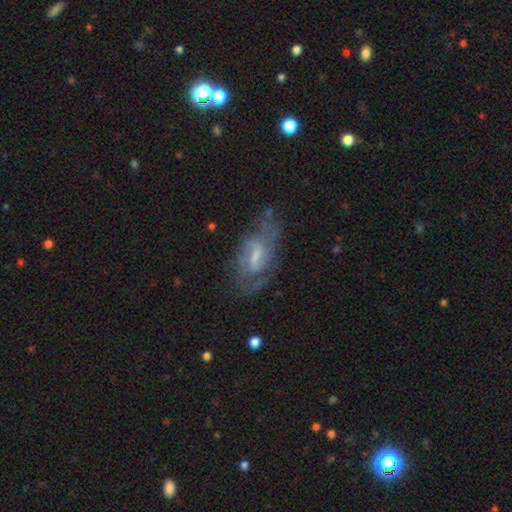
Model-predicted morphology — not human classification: featured or disk 73%, smooth 19%, star or artifact 8%. Down the decision tree: edge-on disk — no (92%); bar — weak (55%); spiral arms — yes (84%); spiral arm count — 2 (55%); spiral winding — medium (47%); bulge size — small (47%); merging — none (58%).